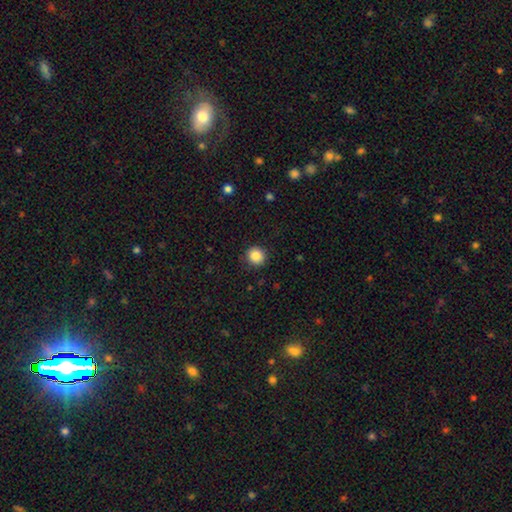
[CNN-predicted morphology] This is clearly a smooth galaxy (85%). How rounded: clearly round (90%). Merging: clearly none (90%).